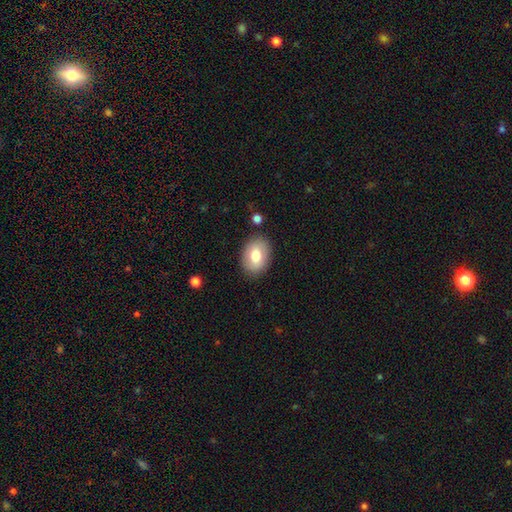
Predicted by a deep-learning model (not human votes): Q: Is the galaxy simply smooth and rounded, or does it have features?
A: smooth — 78%.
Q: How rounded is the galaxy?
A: in between — 79%.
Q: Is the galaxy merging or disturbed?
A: none — 86%.